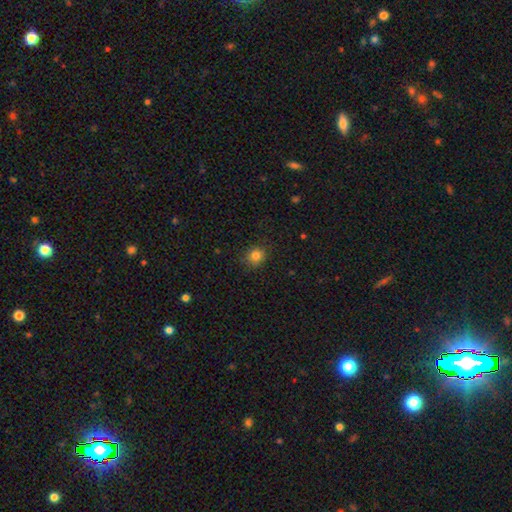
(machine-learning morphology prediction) This appears to be a smooth galaxy with no disk features (83%) that is round (80%). Merging: none (86%).